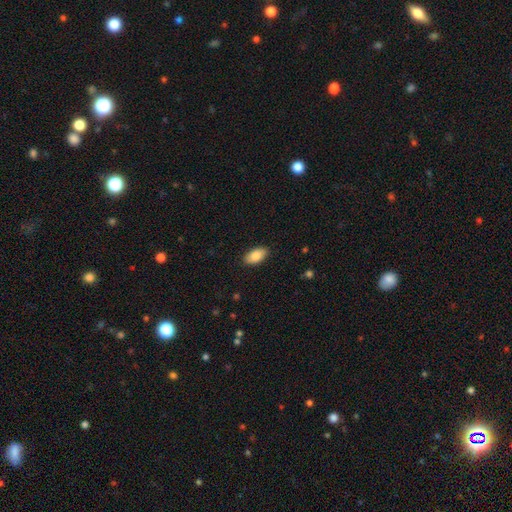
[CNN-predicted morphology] A smooth galaxy with no disk features (84%) that is in between round and cigar-shaped (94%).

Vote fractions:
- Smooth or featured? smooth: 84% / featured or disk: 9% / star or artifact: 7%
- How rounded? in between: 94% / round: 3% / cigar-shaped: 3%
- Merging? none: 88% / minor disturbance: 9% / major disturbance: 2% / merger: 1%